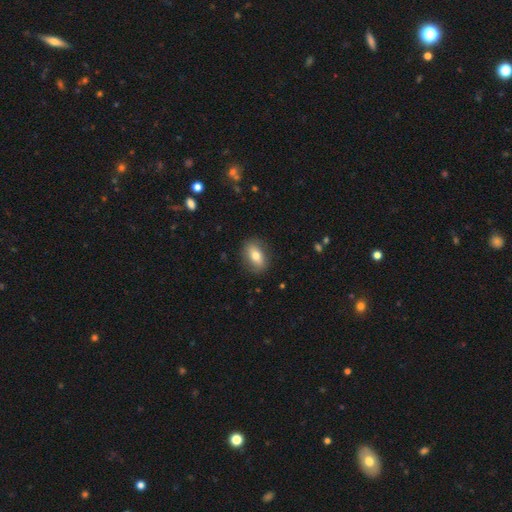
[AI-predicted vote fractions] Smooth or featured? smooth (71%)
How rounded? in between (81%)
Merging? none (84%)